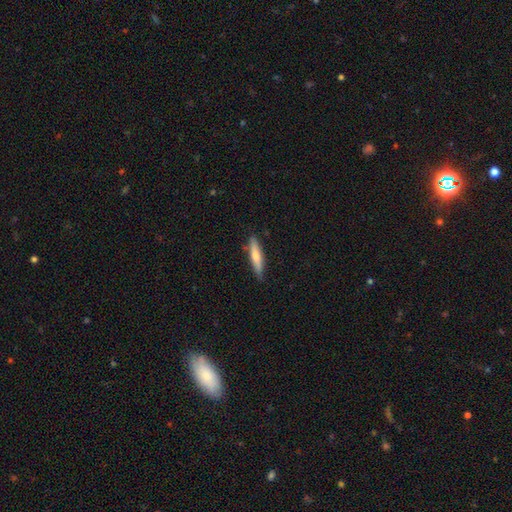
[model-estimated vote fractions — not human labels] This is possibly a smooth galaxy (57%). How rounded: clearly cigar-shaped (86%). Merging: clearly none (87%).